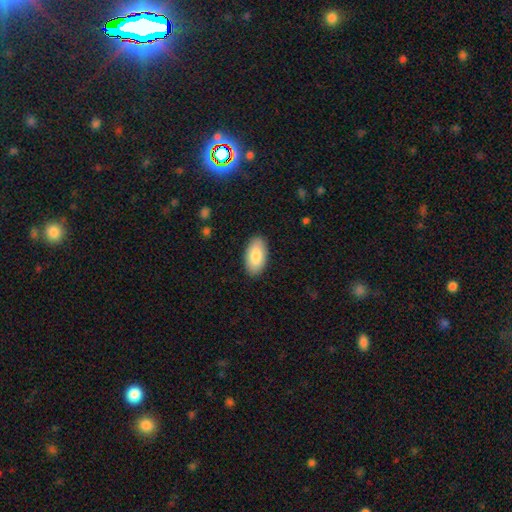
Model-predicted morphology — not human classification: This is clearly a smooth galaxy (86%). How rounded: clearly in between (96%). Merging: clearly none (88%).